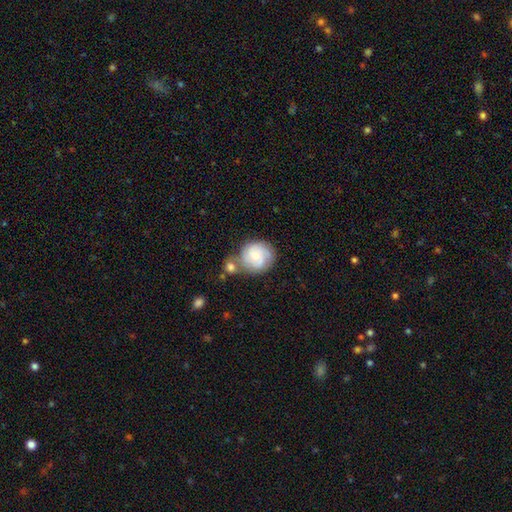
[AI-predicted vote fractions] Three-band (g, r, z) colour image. It shows a smooth galaxy with no disk features (49%). Merging: none (49%).